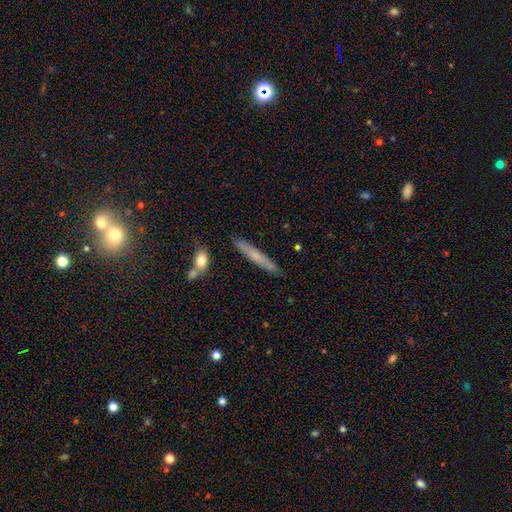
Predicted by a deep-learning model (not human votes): Smooth or featured? Predicted: smooth (p=0.57). How rounded? Predicted: cigar-shaped (p=0.95). Merging? Predicted: none (p=0.87).